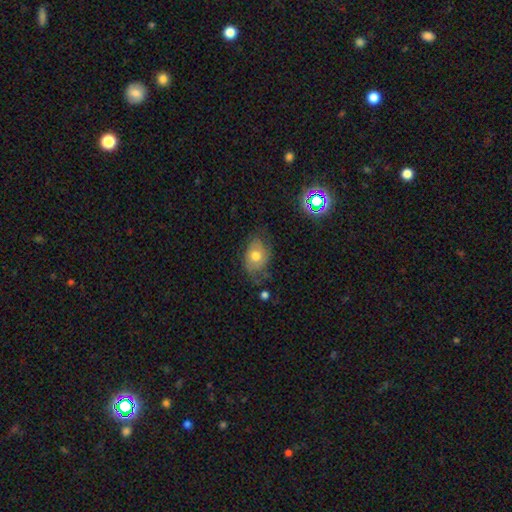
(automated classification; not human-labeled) This is possibly a smooth galaxy (55%). How rounded: likely in between (76%). Merging: possibly none (56%).